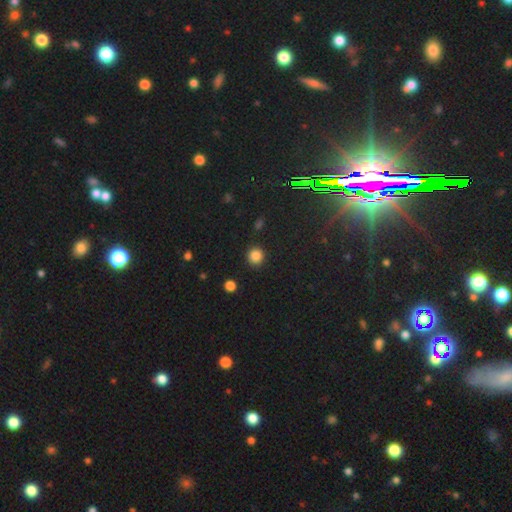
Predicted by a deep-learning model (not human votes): Smooth or featured?
  - smooth: 85% *
  - star or artifact: 12%
  - featured or disk: 3%
How rounded?
  - round: 93% *
  - in between: 6%
  - cigar-shaped: 1%
Merging?
  - none: 91% *
  - minor disturbance: 6%
  - major disturbance: 2%
  - merger: 2%